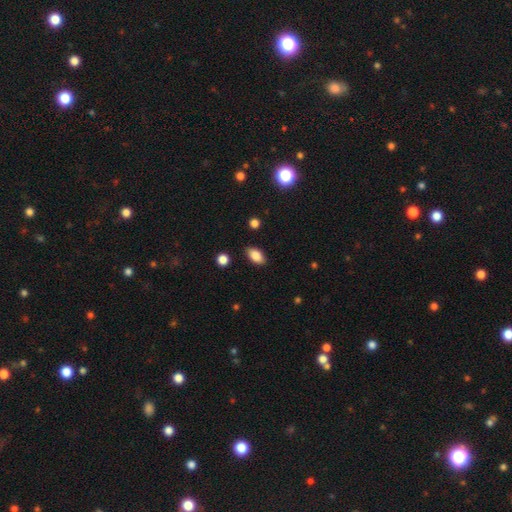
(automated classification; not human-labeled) Morphology: type=smooth (85%); roundness=in between (91%); merging=none (87%).